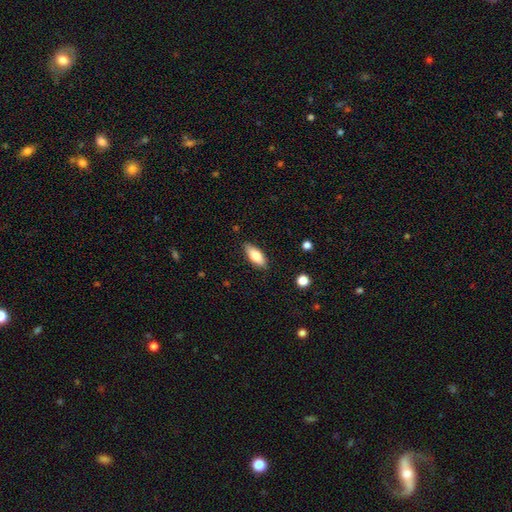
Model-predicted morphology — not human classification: Overall: smooth (74%). How rounded: in between (77%). Merging: none (85%).